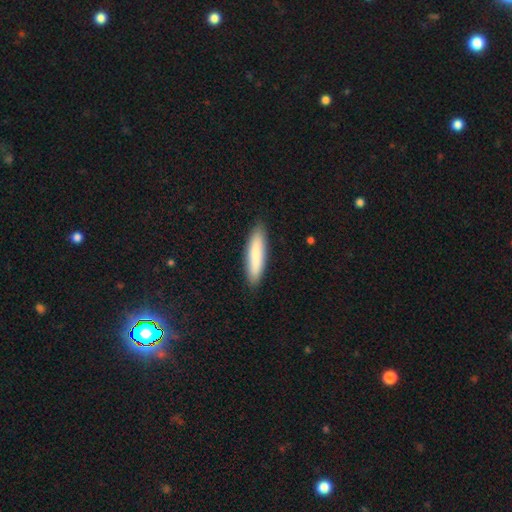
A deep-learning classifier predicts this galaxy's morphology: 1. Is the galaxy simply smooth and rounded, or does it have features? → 81% smooth, 14% featured or disk, 6% star or artifact.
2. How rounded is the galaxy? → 76% cigar-shaped, 23% in between, 1% round.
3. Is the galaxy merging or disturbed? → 88% none, 9% minor disturbance, 2% major disturbance, 1% merger.